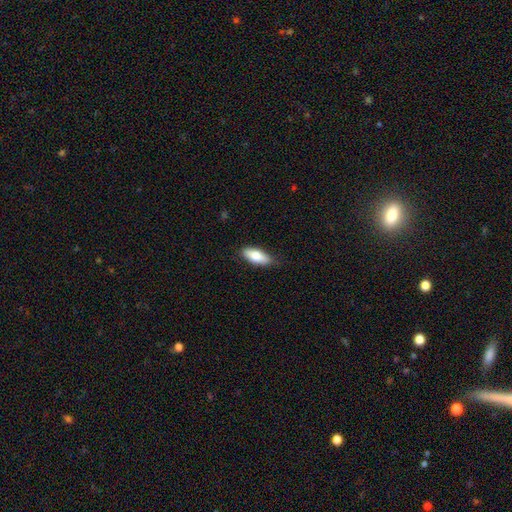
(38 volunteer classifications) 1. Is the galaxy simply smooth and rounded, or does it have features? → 71% smooth, 24% featured or disk, 5% star or artifact.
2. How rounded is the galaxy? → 93% in between, 4% round, 4% cigar-shaped.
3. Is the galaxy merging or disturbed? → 83% none, 14% minor disturbance, 3% major disturbance, 0% merger.